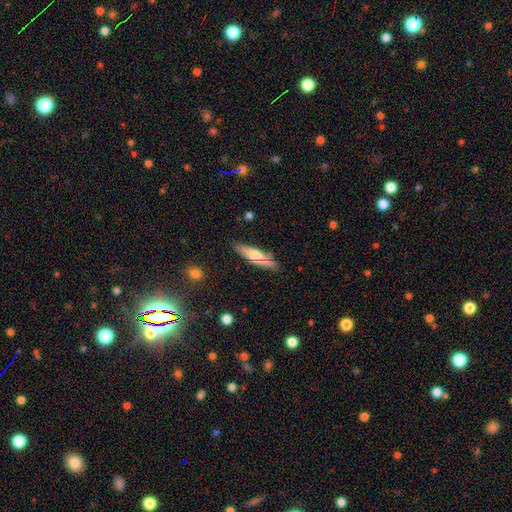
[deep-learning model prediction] Overall: smooth (56%; featured or disk 38%). How rounded: cigar-shaped (73%). Merging: none (81%).